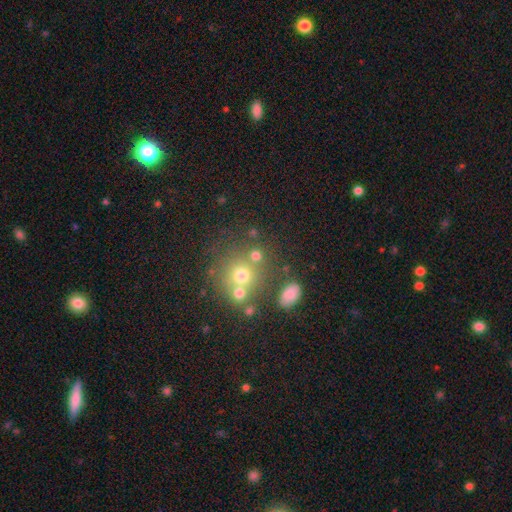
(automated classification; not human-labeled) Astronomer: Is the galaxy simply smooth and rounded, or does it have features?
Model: smooth — 69%.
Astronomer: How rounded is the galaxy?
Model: round — 83%.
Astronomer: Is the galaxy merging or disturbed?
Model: none — 62%.